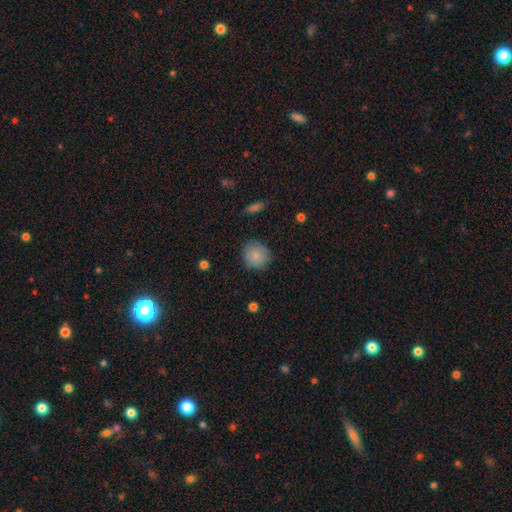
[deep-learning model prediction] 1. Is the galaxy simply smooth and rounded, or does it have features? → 85% smooth, 8% featured or disk, 7% star or artifact.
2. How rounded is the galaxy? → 87% round, 12% in between, 1% cigar-shaped.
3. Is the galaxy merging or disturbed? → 82% none, 14% minor disturbance, 3% major disturbance, 1% merger.